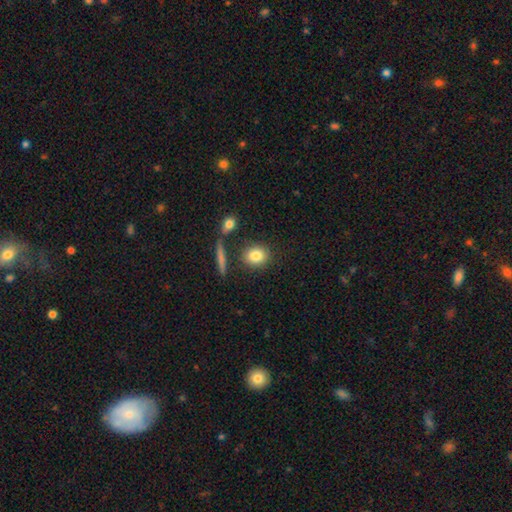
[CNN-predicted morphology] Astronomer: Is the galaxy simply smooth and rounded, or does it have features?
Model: smooth — 83%.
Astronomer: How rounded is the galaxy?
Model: round — 65%.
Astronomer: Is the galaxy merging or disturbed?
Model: none — 79%.